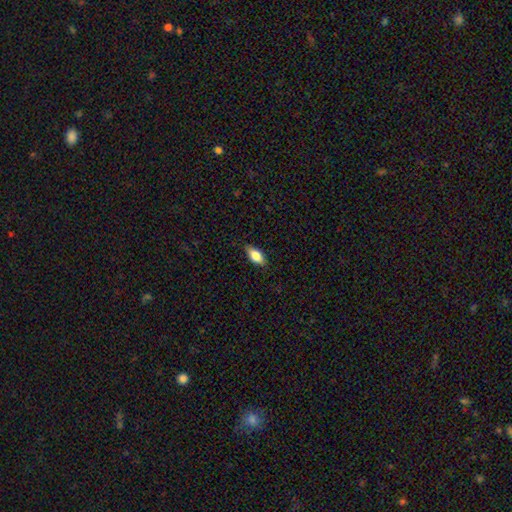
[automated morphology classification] The model was most divided on "smooth or featured": smooth: 80%, featured or disk: 13%, star or artifact: 7%. More confident: how rounded — in between (87%); merging — none (84%).